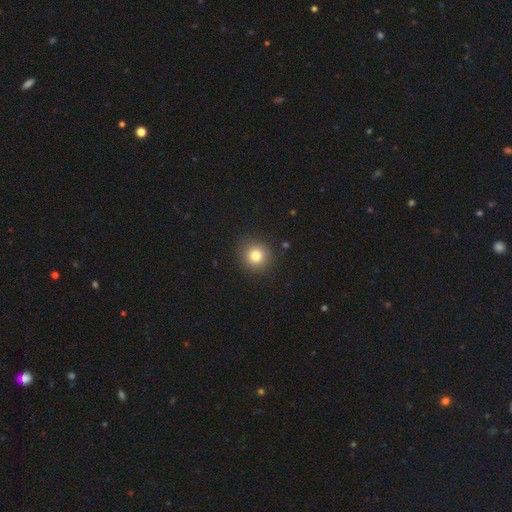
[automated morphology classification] Smooth or featured? smooth (80%)
How rounded? round (92%)
Merging? none (90%)